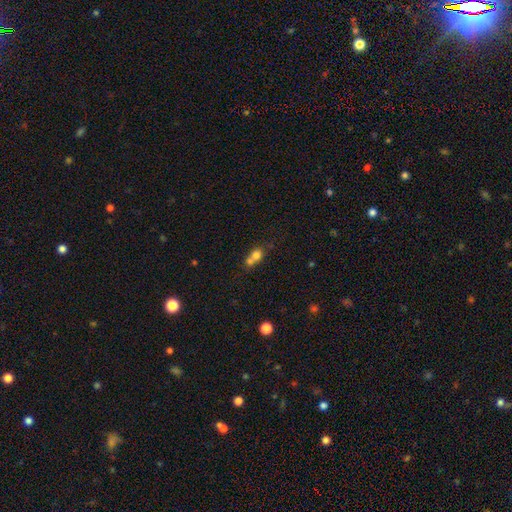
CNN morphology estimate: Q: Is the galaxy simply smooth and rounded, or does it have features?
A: smooth — 72%.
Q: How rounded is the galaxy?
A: round — 65%.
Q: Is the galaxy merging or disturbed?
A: merger — 63%.